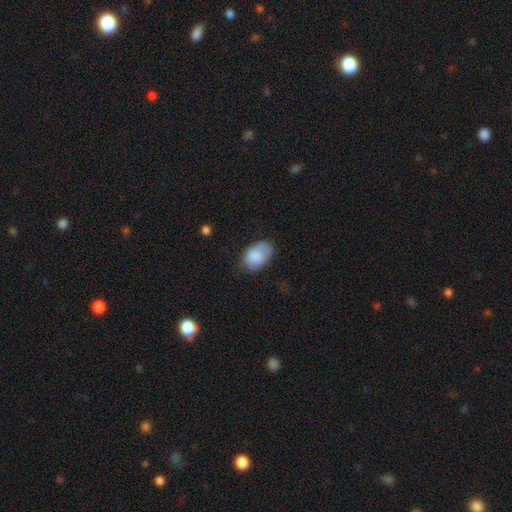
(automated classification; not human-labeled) The model was most divided on "merging": none: 60%, minor disturbance: 29%, major disturbance: 9%, merger: 2%. More confident: how rounded — in between (87%); smooth or featured — smooth (83%).